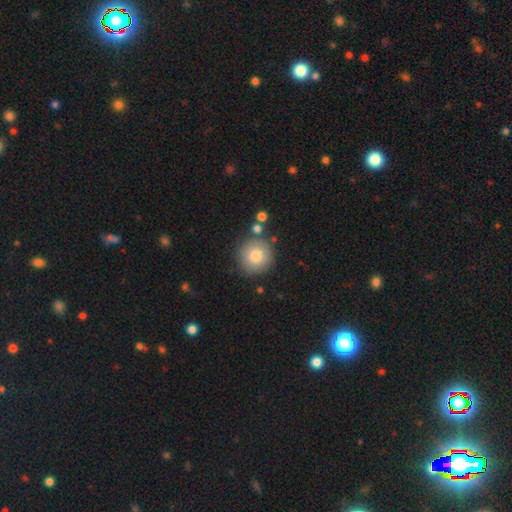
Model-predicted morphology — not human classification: smooth_or_featured: smooth (p=0.81) [alt: featured or disk p=0.11]
how_rounded: round (p=0.94) [alt: in between p=0.05]
merging: none (p=0.82) [alt: minor disturbance p=0.09]